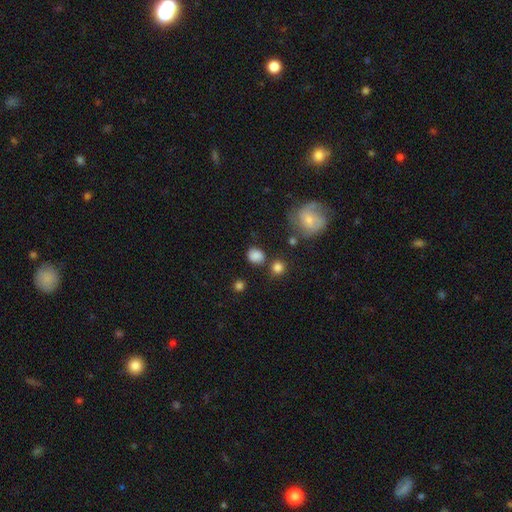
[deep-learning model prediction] smooth 83%, star or artifact 11%, featured or disk 6%. Down the decision tree: how rounded — round (64%); merging — none (73%).